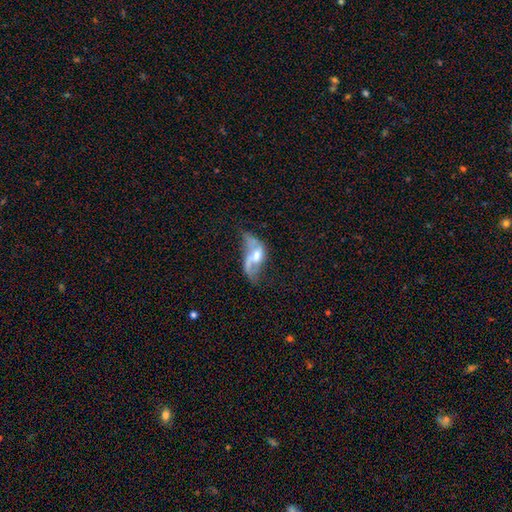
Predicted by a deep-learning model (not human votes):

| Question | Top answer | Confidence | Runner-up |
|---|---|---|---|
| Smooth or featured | featured or disk | 63% | smooth (29%) |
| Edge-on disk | no | 92% | yes (8%) |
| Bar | no | 59% | weak (31%) |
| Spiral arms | yes | 59% | no (41%) |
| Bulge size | moderate | 63% | small (23%) |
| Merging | major disturbance | 40% | none (25%) |